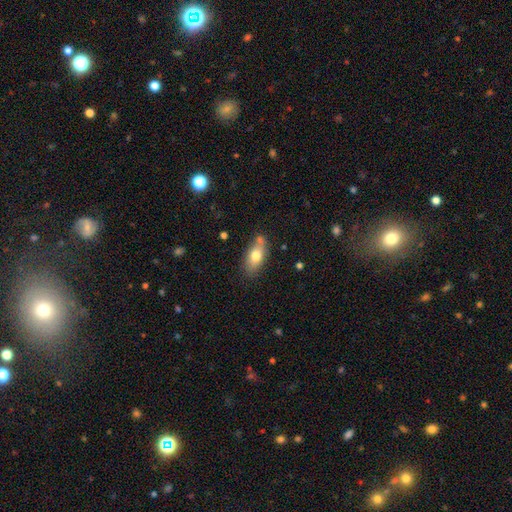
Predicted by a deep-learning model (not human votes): Overall: smooth (74%). How rounded: in between (86%). Merging: none (67%).